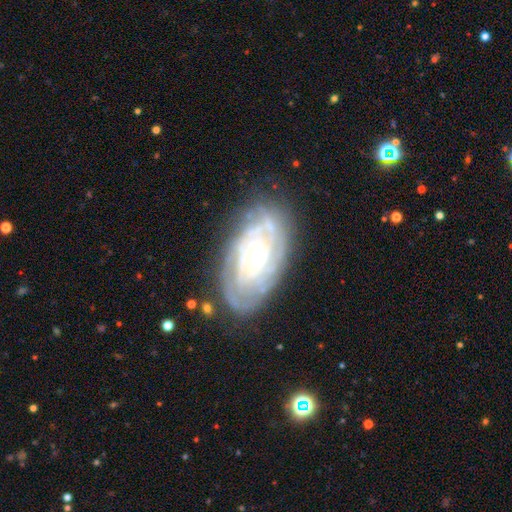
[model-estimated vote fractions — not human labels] Smooth or featured? Predicted: featured or disk (p=0.81). Edge-on disk? Predicted: no (p=0.95). Bar? Predicted: no (p=0.74). Spiral arms? Predicted: yes (p=0.89). Spiral winding? Predicted: tight (p=0.79). Spiral arm count? Predicted: can't tell (p=0.49). Bulge size? Predicted: small (p=0.75). Merging? Predicted: none (p=0.74).